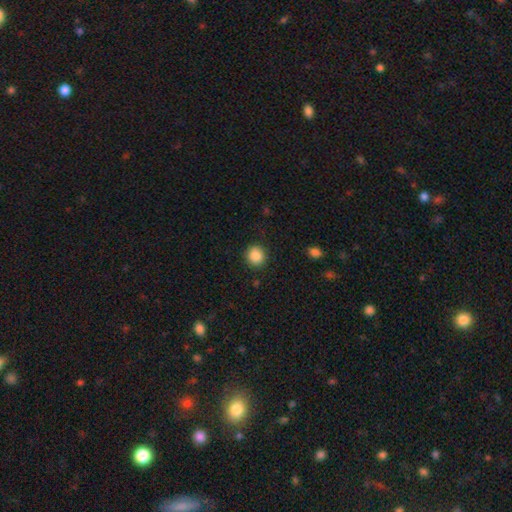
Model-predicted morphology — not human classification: Overall: smooth (87%). How rounded: round (89%). Merging: none (89%).